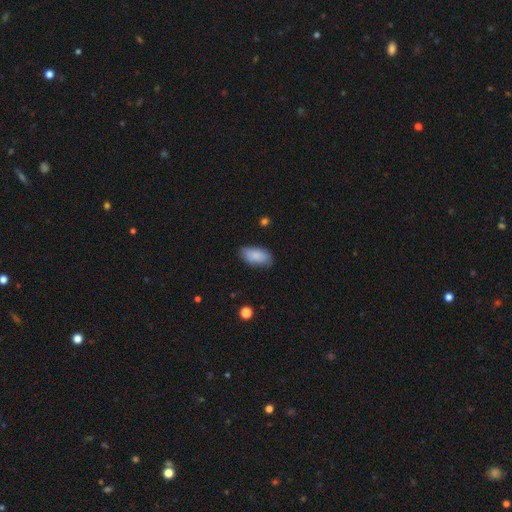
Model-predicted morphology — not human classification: Smooth or featured? Predicted: smooth (p=0.86). How rounded? Predicted: in between (p=0.93). Merging? Predicted: none (p=0.78).